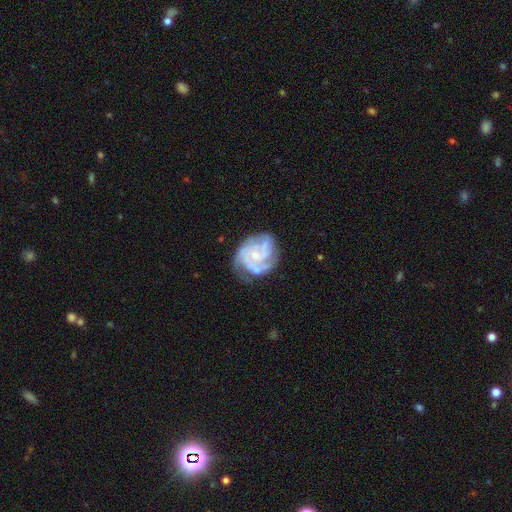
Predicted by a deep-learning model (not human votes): featured or disk 84%, smooth 10%, star or artifact 5%. Down the decision tree: edge-on disk — no (98%); bar — no (73%); spiral arms — yes (94%); spiral arm count — 3 (42%); spiral winding — tight (59%); bulge size — small (65%); merging — none (60%).